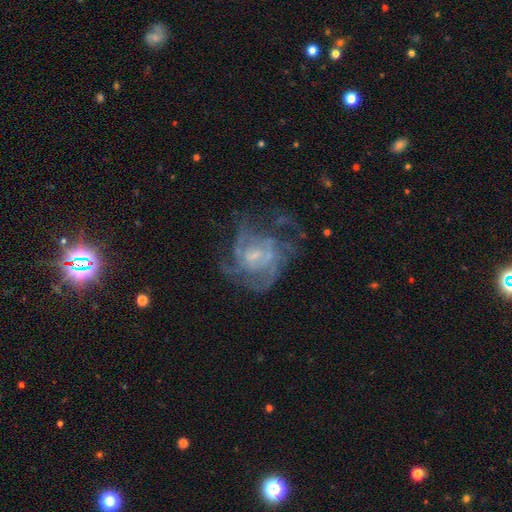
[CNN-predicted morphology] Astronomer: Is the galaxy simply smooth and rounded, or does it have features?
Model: featured or disk — 79%.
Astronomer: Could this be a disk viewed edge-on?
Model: no — 98%.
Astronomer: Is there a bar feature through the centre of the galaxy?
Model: no — 56% (runner-up: weak, 37%).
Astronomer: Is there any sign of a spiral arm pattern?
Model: yes — 84%.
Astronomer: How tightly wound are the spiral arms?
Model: medium — 43% (runner-up: tight, 40%).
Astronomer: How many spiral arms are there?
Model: can't tell — 40% (runner-up: 3, 20%).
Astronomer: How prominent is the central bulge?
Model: small — 57%.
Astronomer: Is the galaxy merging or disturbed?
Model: none — 52%.